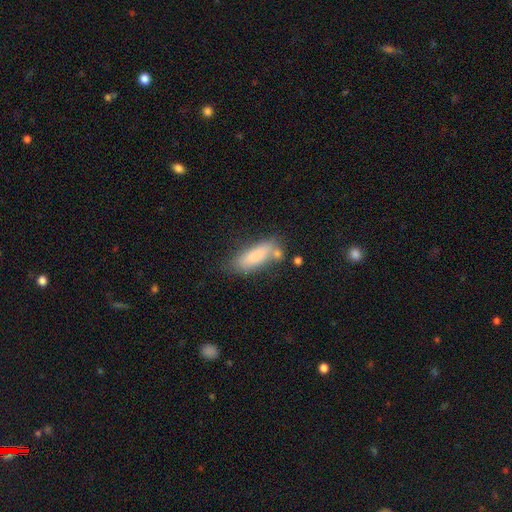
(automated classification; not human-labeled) Overall: smooth (80%). How rounded: in between (60%; cigar-shaped 38%). Merging: none (54%; minor disturbance 24%).